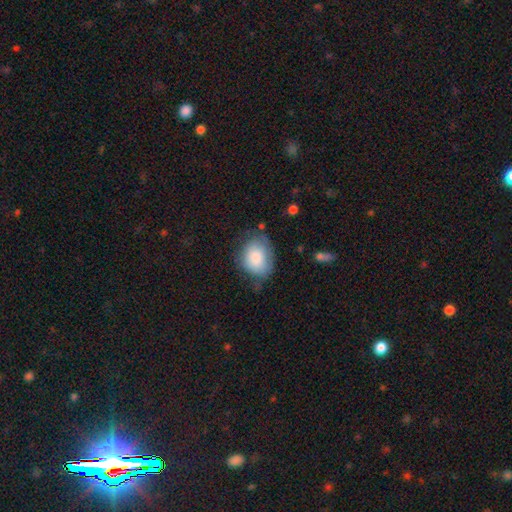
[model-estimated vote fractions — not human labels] A smooth galaxy with no disk features (82%) that is in between round and cigar-shaped (59%). Merging: none (54%).